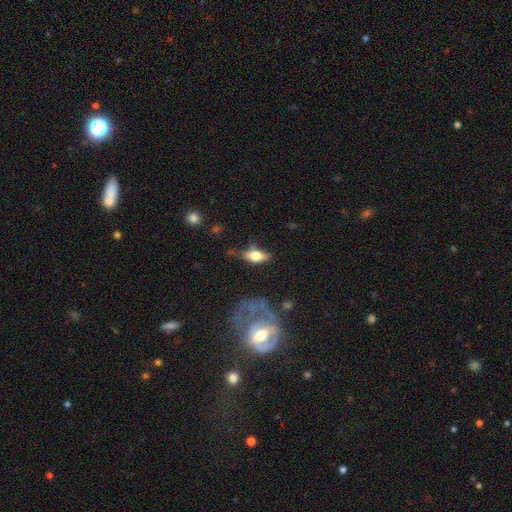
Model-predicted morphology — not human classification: Overall: smooth (57%; featured or disk 35%). How rounded: in between (76%). Merging: none (55%; minor disturbance 26%).